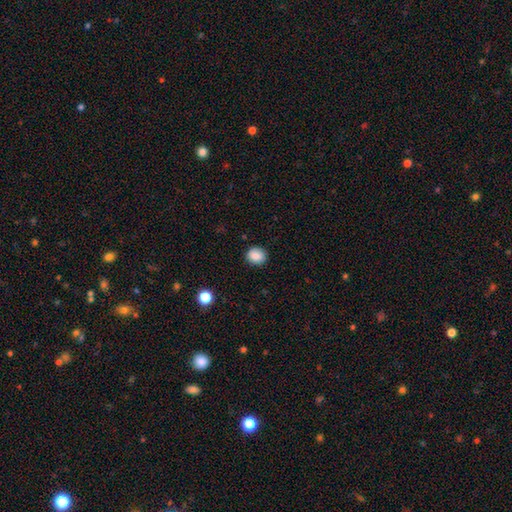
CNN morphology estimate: Smooth or featured?
  - smooth: 86% *
  - star or artifact: 9%
  - featured or disk: 5%
How rounded?
  - round: 70% *
  - in between: 29%
  - cigar-shaped: 1%
Merging?
  - none: 86% *
  - minor disturbance: 10%
  - major disturbance: 2%
  - merger: 1%